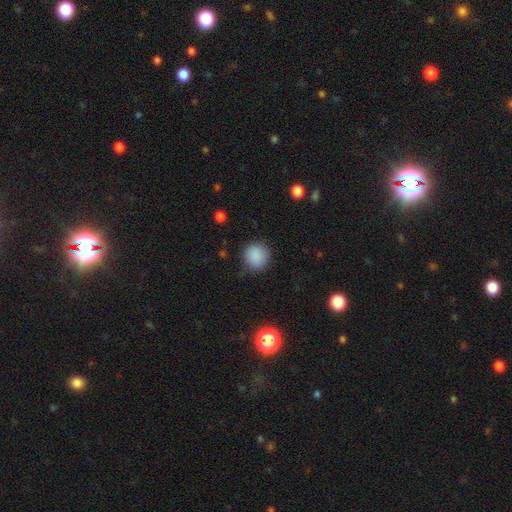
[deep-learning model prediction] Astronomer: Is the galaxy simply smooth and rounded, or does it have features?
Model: smooth — 88%.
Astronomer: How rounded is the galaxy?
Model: round — 90%.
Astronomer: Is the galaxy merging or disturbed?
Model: none — 83%.